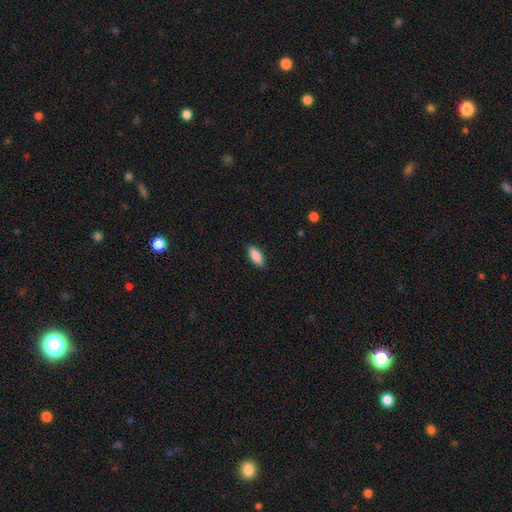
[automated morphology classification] Smooth or featured? smooth (88%)
How rounded? in between (79%)
Merging? none (89%)